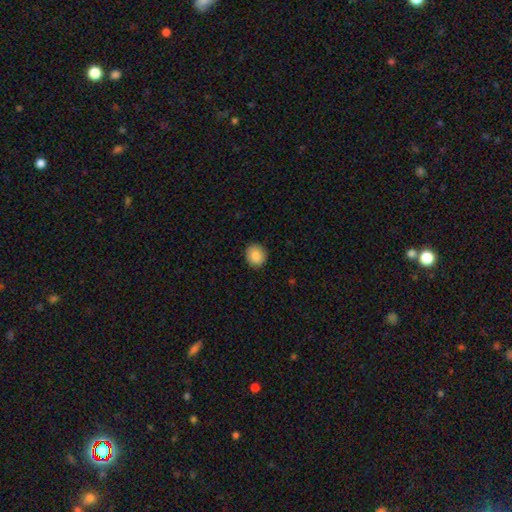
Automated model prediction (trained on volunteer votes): This appears to be a smooth galaxy with no disk features (87%) that is round (80%). Merging: none (90%).